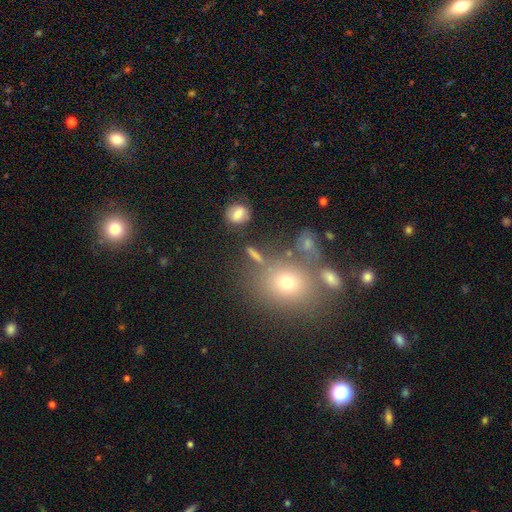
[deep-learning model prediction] The model was most divided on "how rounded": round: 52%, in between: 41%, cigar-shaped: 7%. More confident: merging — none (65%); smooth or featured — smooth (61%).